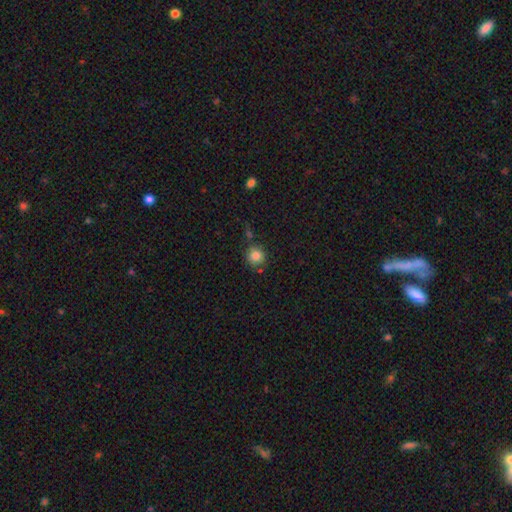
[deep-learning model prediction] Overall: smooth (84%). How rounded: round (89%). Merging: none (75%).